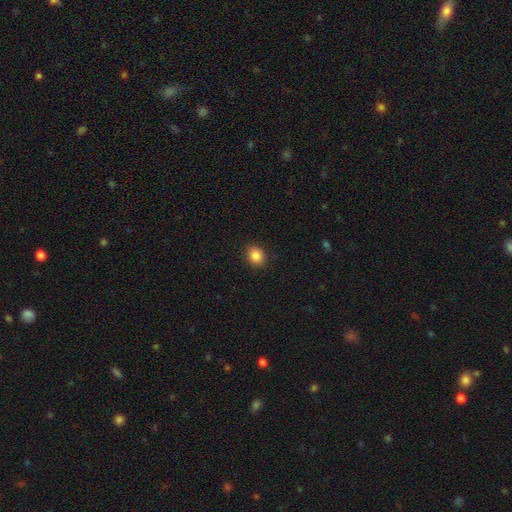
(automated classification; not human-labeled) A smooth galaxy with no disk features (86%) that is round (60%). Merging: none (90%).